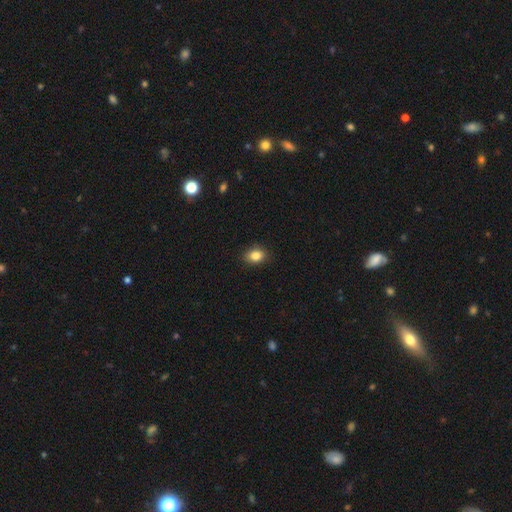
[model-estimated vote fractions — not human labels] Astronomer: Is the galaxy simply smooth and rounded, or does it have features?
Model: smooth — 85%.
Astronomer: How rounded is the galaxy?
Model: in between — 67%.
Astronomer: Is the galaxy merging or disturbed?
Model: none — 87%.